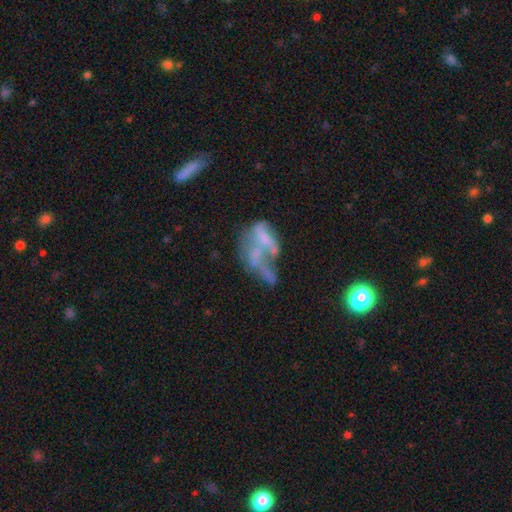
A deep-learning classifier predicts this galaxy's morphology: A featured or disk galaxy (52%).

Vote fractions:
- Smooth or featured? featured or disk: 52% / smooth: 33% / star or artifact: 15%
- Edge-on disk? no: 96% / yes: 4%
- Merging? major disturbance: 38% / merger: 36% / none: 16% / minor disturbance: 10%